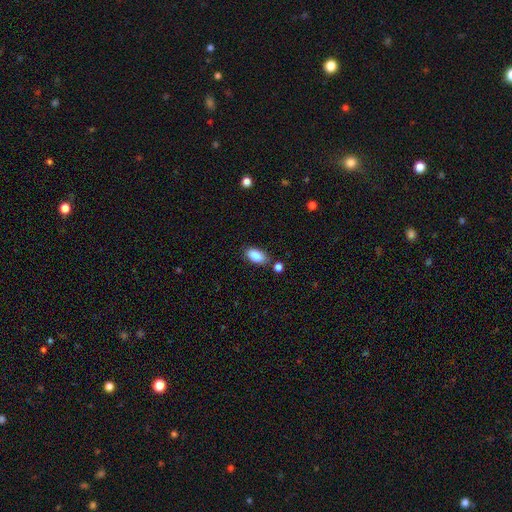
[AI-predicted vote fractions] Morphology: type=smooth (87%); roundness=in between (91%); merging=none (77%).